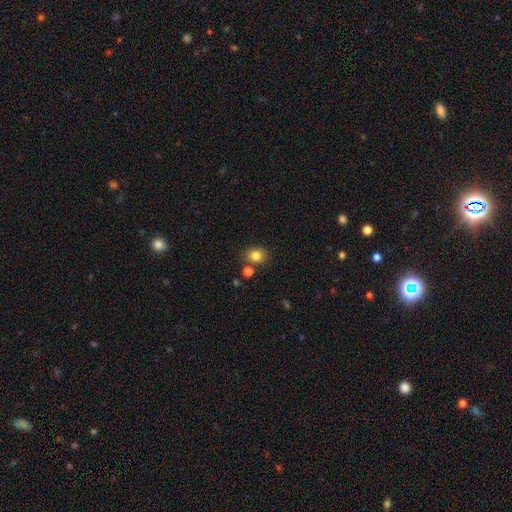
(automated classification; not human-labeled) Smooth or featured? Predicted: smooth (p=0.81). How rounded? Predicted: round (p=0.56). Merging? Predicted: none (p=0.76).